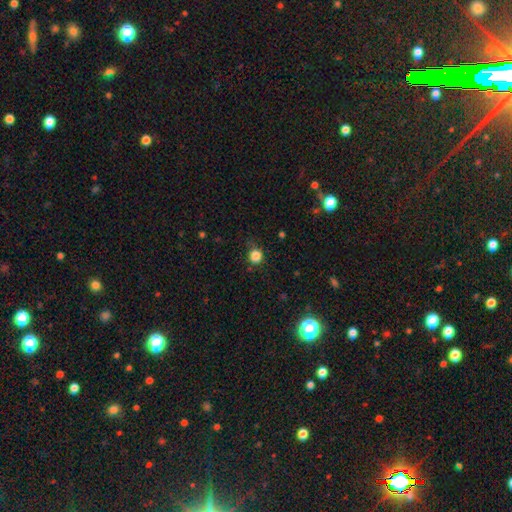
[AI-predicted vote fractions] smooth-or-featured: smooth: 84% | star or artifact: 12% | featured or disk: 4%
  how-rounded: round: 88% | in between: 12% | cigar-shaped: 1%
  merging: none: 78% | minor disturbance: 16% | major disturbance: 4% | merger: 2%